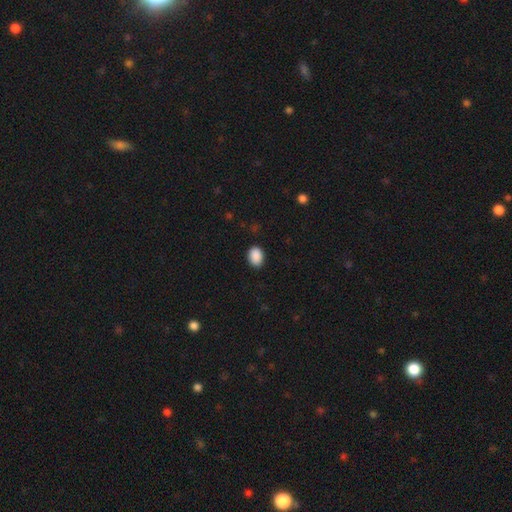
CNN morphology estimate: smooth_or_featured: smooth (p=0.90) [alt: star or artifact p=0.08]
how_rounded: in between (p=0.74) [alt: round p=0.25]
merging: none (p=0.88) [alt: minor disturbance p=0.09]